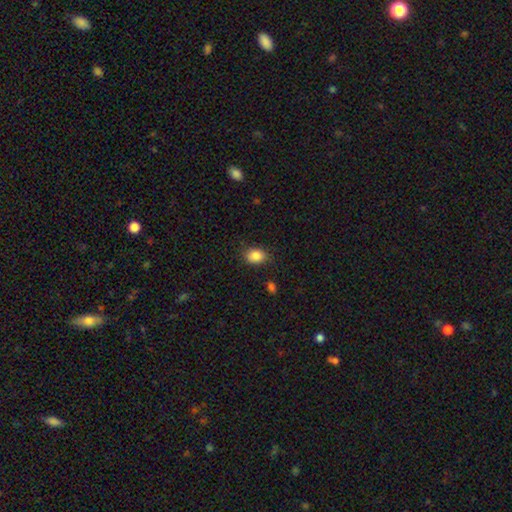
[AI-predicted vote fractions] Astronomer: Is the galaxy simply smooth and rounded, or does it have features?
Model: smooth — 86%.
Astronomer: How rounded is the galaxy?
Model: in between — 63%.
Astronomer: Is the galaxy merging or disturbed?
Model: none — 83%.